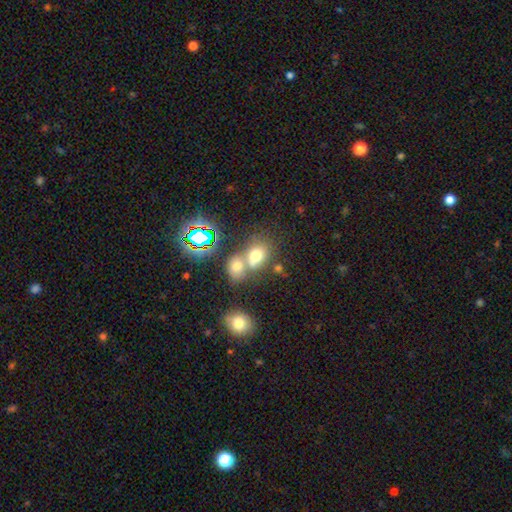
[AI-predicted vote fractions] Smooth or featured? Predicted: smooth (p=0.66). How rounded? Predicted: in between (p=0.53). Merging? Predicted: merger (p=0.48).